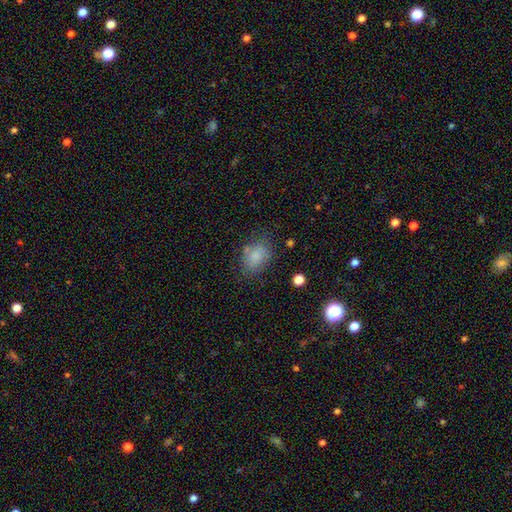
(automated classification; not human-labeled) Smooth or featured: smooth — 80% (featured or disk — 10%)
How rounded: in between — 76% (round — 23%)
Merging: none — 66% (minor disturbance — 21%)